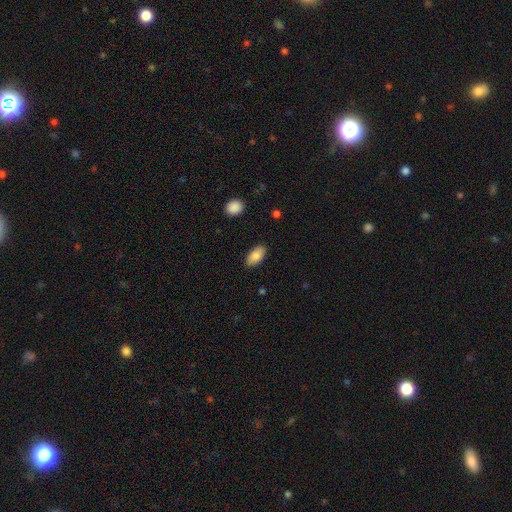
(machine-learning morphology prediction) Smooth or featured: smooth — 86% (featured or disk — 7%)
How rounded: in between — 93% (cigar-shaped — 4%)
Merging: none — 86% (minor disturbance — 10%)